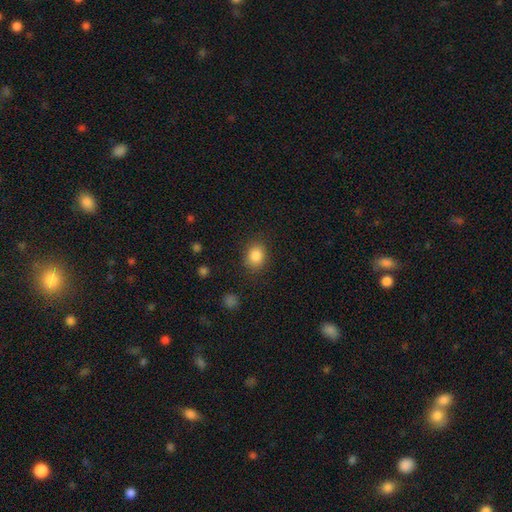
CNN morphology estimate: Smooth or featured: smooth — 86% (star or artifact — 9%)
How rounded: round — 52% (in between — 47%)
Merging: none — 83% (minor disturbance — 12%)